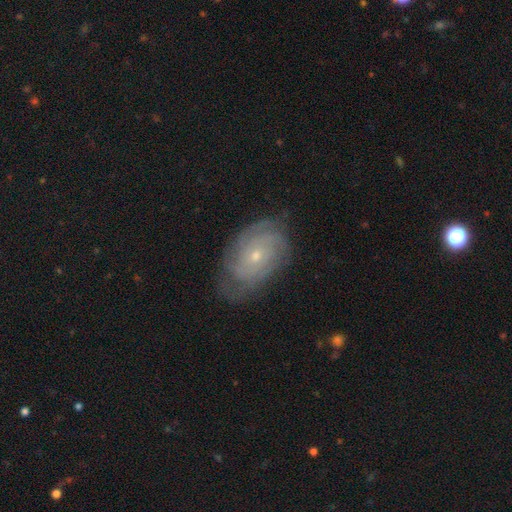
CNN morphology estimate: Overall: featured or disk (76%). Edge-on disk: no (96%). Bar: no (80%). Spiral arms: yes (92%). Spiral arm count: can't tell (44%; 2 18%). Spiral winding: tight (69%). Bulge size: small (72%). Merging: none (72%).